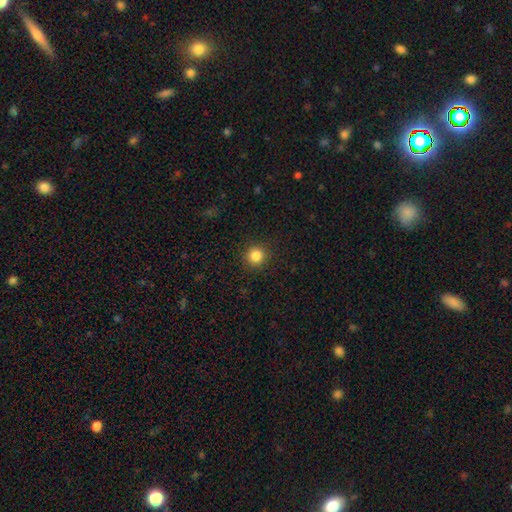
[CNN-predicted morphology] Smooth or featured: smooth — 85% (star or artifact — 11%)
How rounded: round — 94% (in between — 5%)
Merging: none — 91% (minor disturbance — 6%)